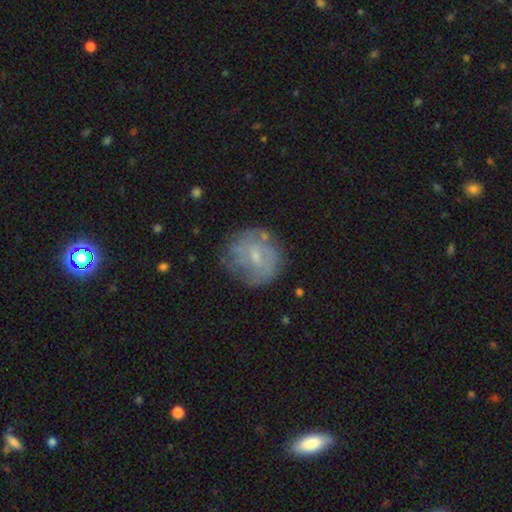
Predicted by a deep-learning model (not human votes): The model was most divided on "smooth or featured": featured or disk: 49%, smooth: 40%, star or artifact: 11%. More confident: merging — none (71%).